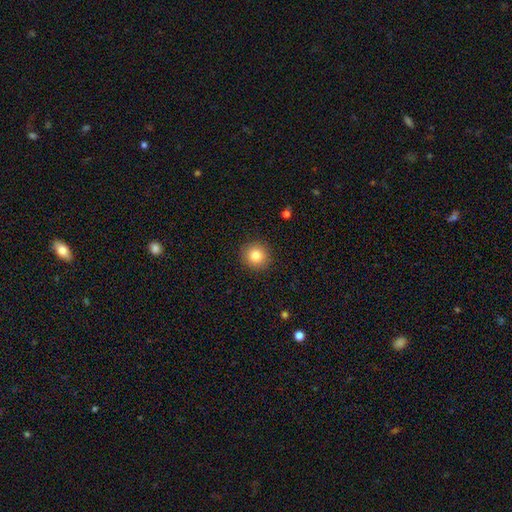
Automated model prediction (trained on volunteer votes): Q: Smooth or featured?
A: smooth (82%); runner-up: star or artifact (10%)
Q: How rounded?
A: round (93%); runner-up: in between (6%)
Q: Merging?
A: none (91%); runner-up: minor disturbance (6%)